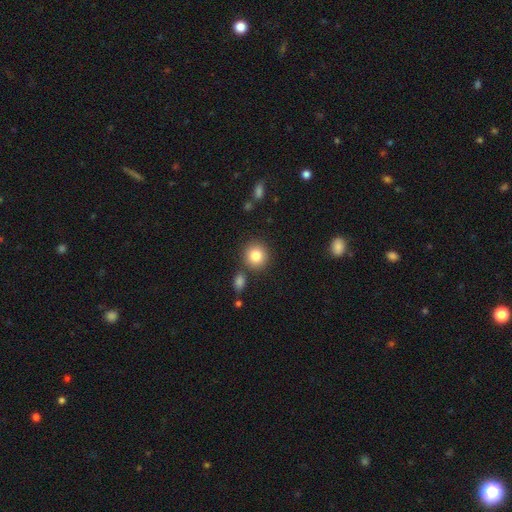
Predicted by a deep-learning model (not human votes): Overall: smooth (83%). How rounded: round (89%). Merging: none (80%).